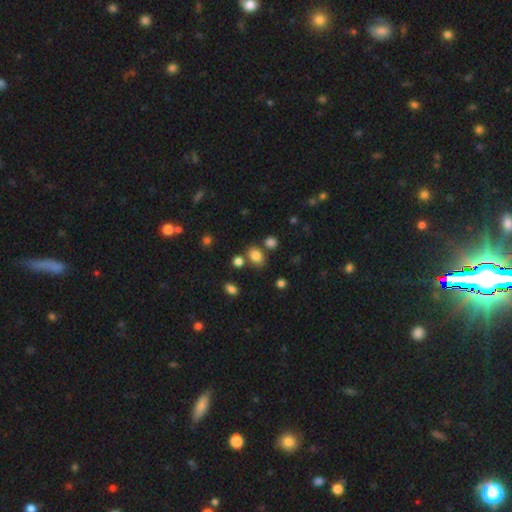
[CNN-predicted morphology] type=smooth (80%); roundness=in between (66%); merging=none (69%).